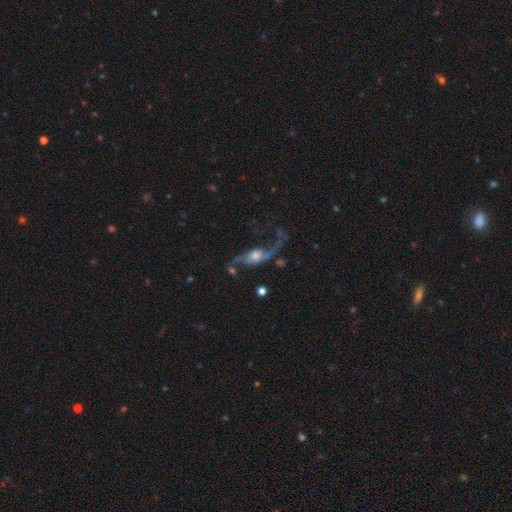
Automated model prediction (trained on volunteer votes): Smooth or featured?
  - featured or disk: 83% *
  - smooth: 9%
  - star or artifact: 7%
Edge-on disk?
  - no: 89% *
  - yes: 11%
Bar?
  - no: 61% *
  - weak: 28%
  - strong: 11%
Spiral arms?
  - yes: 93% *
  - no: 7%
Spiral winding?
  - loose: 90% *
  - medium: 8%
  - tight: 2%
Spiral arm count?
  - 2: 90% *
  - 1: 5%
  - can't tell: 2%
  - 3: 1%
  - 4: 1%
  - more than 4: 1%
Bulge size?
  - moderate: 48% *
  - small: 31%
  - large: 14%
  - none: 5%
  - dominant: 3%
Merging?
  - none: 57% *
  - major disturbance: 22%
  - minor disturbance: 16%
  - merger: 5%